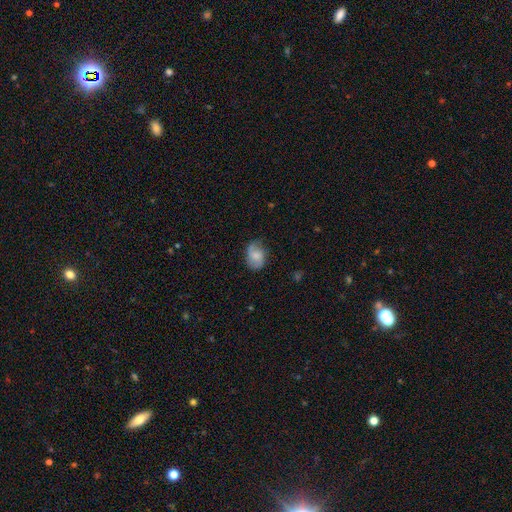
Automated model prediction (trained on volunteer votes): smooth-or-featured: smooth: 54% | featured or disk: 37% | star or artifact: 8%
  how-rounded: in between: 70% | round: 29% | cigar-shaped: 1%
  merging: none: 65% | minor disturbance: 25% | major disturbance: 9% | merger: 1%